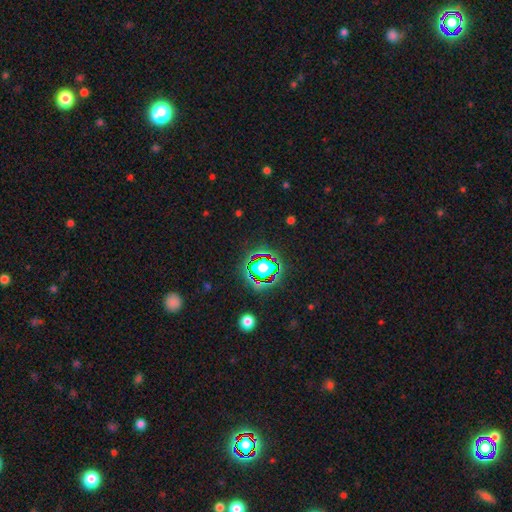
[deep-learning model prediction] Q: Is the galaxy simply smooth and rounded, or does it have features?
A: star or artifact — 80%.